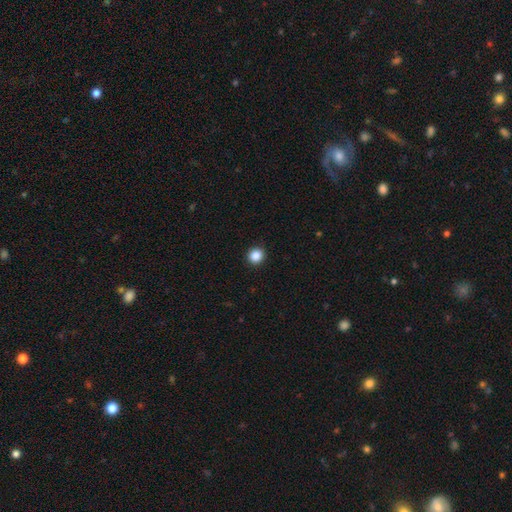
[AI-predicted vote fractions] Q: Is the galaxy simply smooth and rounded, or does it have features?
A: smooth — 87%.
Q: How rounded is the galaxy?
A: round — 91%.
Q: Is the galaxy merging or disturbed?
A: none — 92%.